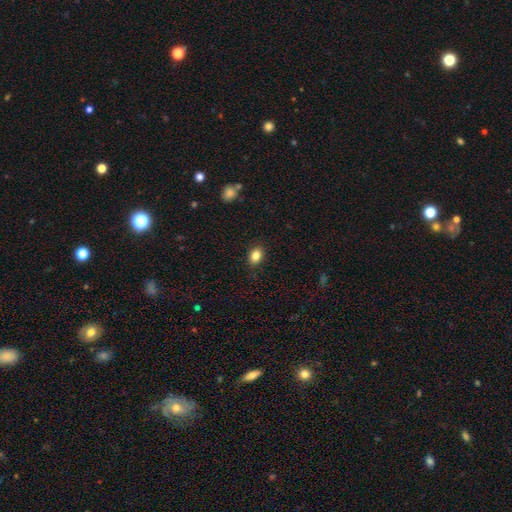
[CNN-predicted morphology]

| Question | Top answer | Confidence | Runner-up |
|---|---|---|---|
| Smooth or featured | smooth | 84% | star or artifact (10%) |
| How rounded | in between | 69% | round (30%) |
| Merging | none | 88% | minor disturbance (9%) |